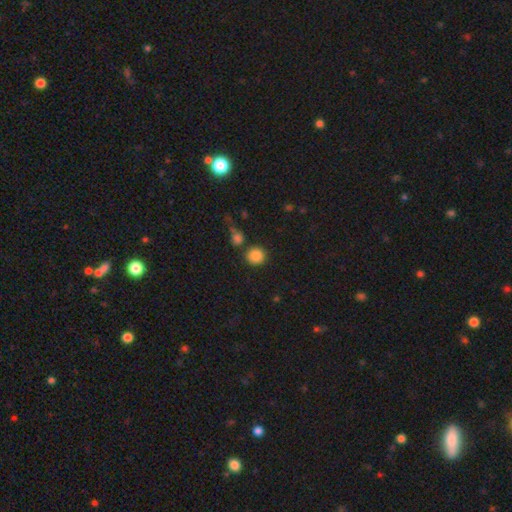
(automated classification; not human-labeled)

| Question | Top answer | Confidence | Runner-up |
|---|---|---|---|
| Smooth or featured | smooth | 86% | star or artifact (10%) |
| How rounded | round | 90% | in between (9%) |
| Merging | none | 78% | merger (10%) |